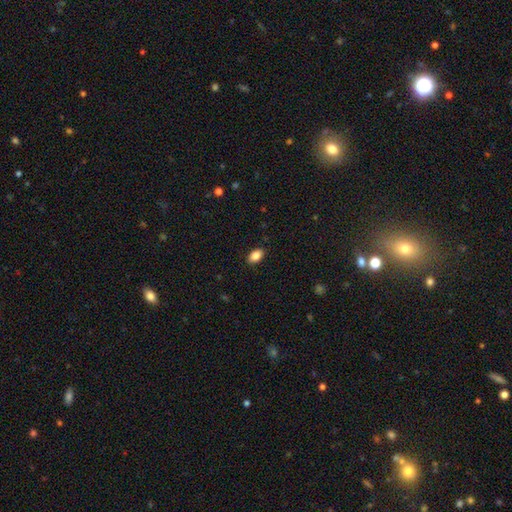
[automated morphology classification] smooth-or-featured: smooth: 87% | star or artifact: 8% | featured or disk: 5%
  how-rounded: in between: 90% | round: 8% | cigar-shaped: 2%
  merging: none: 89% | minor disturbance: 8% | major disturbance: 2% | merger: 1%